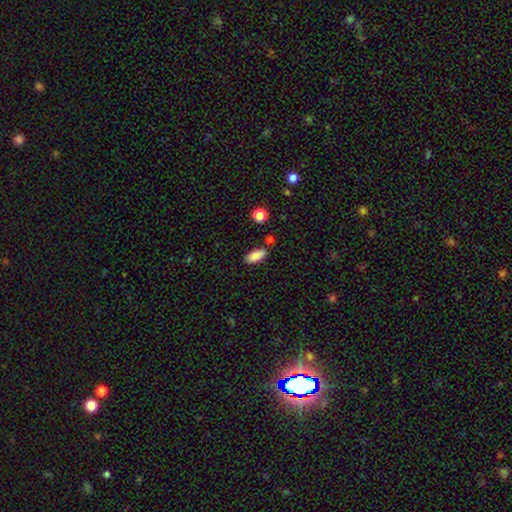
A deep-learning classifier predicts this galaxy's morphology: Smooth or featured? smooth (86%)
How rounded? in between (84%)
Merging? none (80%)